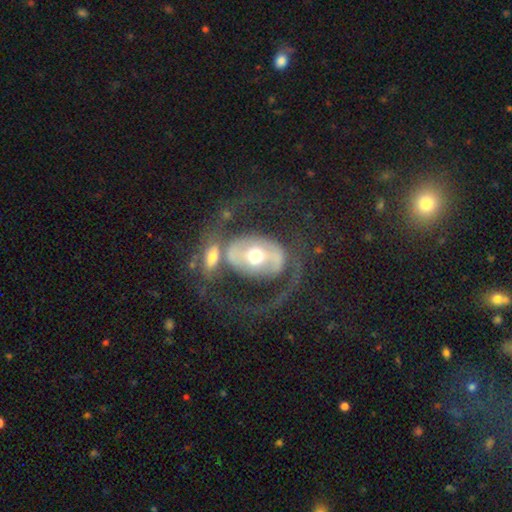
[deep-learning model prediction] Smooth or featured: featured or disk — 77% (smooth — 17%)
Edge-on disk: no — 95% (yes — 5%)
Bar: no — 40% (weak — 30%)
Spiral arms: yes — 75% (no — 25%)
Spiral winding: loose — 43% (medium — 40%)
Spiral arm count: 2 — 83% (1 — 7%)
Bulge size: moderate — 73% (large — 15%)
Merging: none — 40% (merger — 26%)